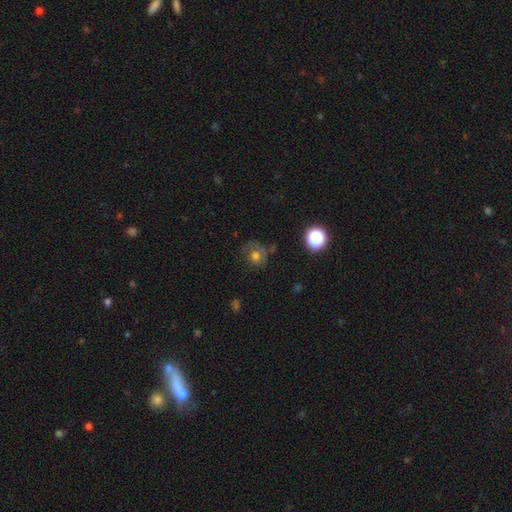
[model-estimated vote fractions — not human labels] smooth-or-featured: smooth: 63% | featured or disk: 20% | star or artifact: 17%
  how-rounded: round: 80% | in between: 19% | cigar-shaped: 1%
  merging: none: 60% | minor disturbance: 23% | major disturbance: 14% | merger: 4%